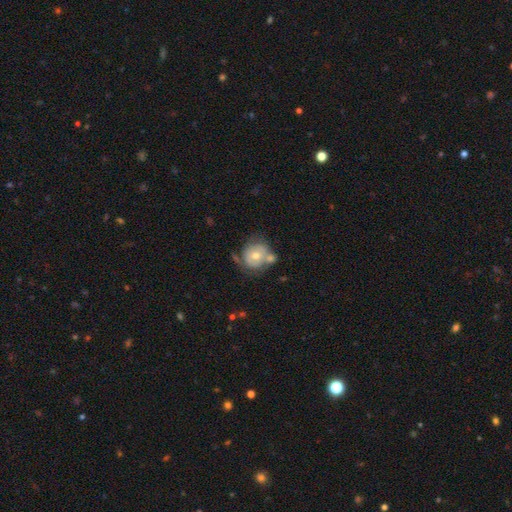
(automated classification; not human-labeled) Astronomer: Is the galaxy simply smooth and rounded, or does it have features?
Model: smooth — 52% (runner-up: featured or disk, 42%).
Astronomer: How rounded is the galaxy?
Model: round — 81%.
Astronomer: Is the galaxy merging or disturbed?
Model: none — 40% (runner-up: merger, 32%).